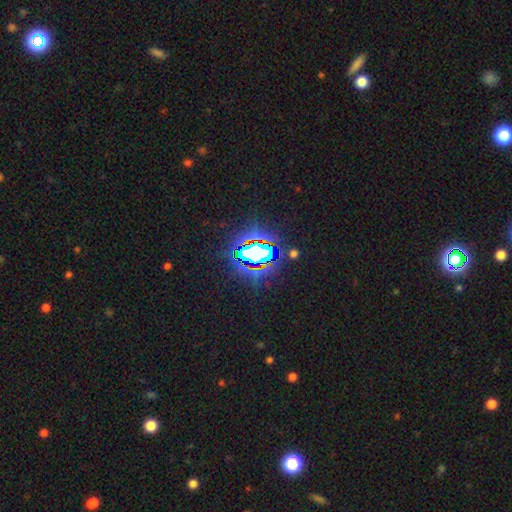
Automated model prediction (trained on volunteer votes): Morphology: type=star or artifact (73%).